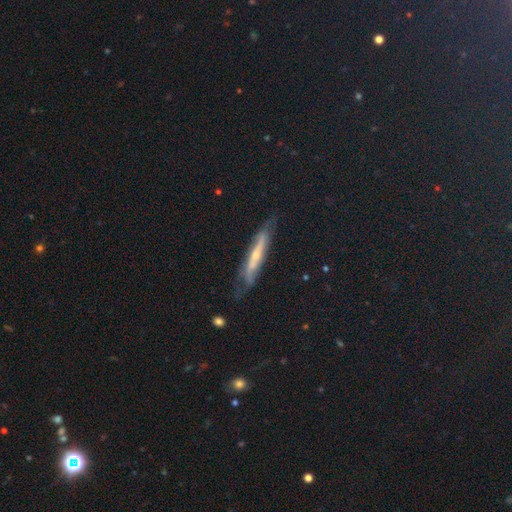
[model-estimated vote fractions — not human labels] smooth-or-featured: featured or disk: 65% | smooth: 26% | star or artifact: 9%
  disk-edge-on: yes: 70% | no: 30%
  merging: none: 64% | minor disturbance: 25% | major disturbance: 9% | merger: 2%